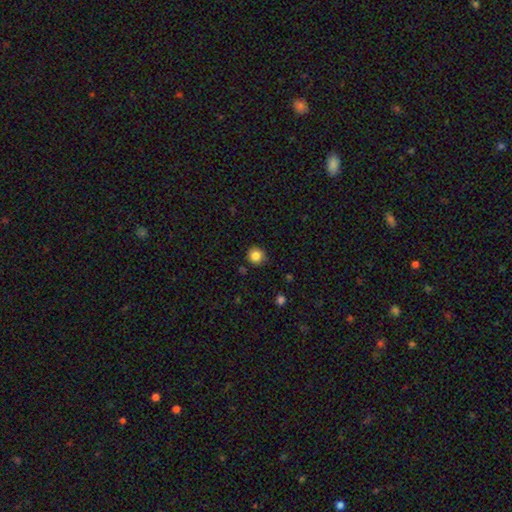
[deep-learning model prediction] The model was most divided on "smooth or featured": smooth: 84%, star or artifact: 11%, featured or disk: 5%. More confident: how rounded — round (92%); merging — none (86%).